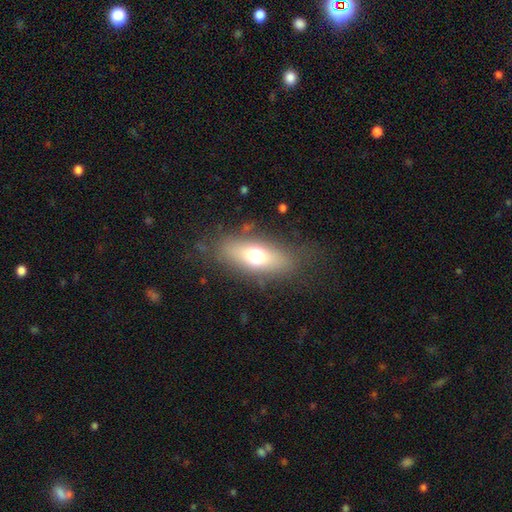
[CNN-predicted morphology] smooth-or-featured: smooth: 63% | featured or disk: 26% | star or artifact: 11%
  how-rounded: in between: 72% | cigar-shaped: 20% | round: 8%
  merging: none: 79% | minor disturbance: 13% | major disturbance: 7% | merger: 1%